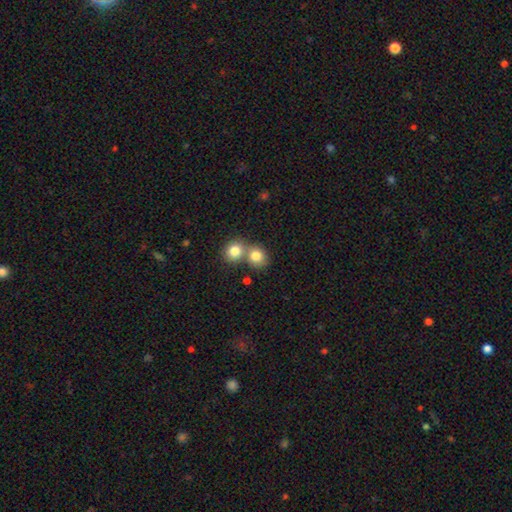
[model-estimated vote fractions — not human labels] This appears to be a smooth galaxy with no disk features (81%) that is round (79%). Merging: merger (52%).